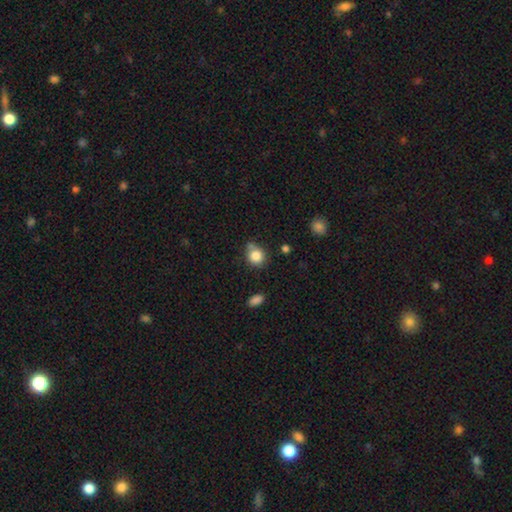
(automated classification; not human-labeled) Smooth or featured?
  - smooth: 84% *
  - star or artifact: 10%
  - featured or disk: 6%
How rounded?
  - round: 82% *
  - in between: 17%
  - cigar-shaped: 1%
Merging?
  - none: 61% *
  - minor disturbance: 19%
  - merger: 15%
  - major disturbance: 5%